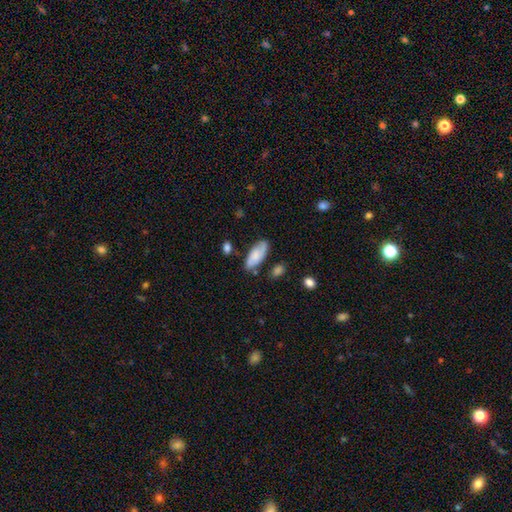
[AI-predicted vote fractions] Smooth or featured?
  - smooth: 67% *
  - featured or disk: 26%
  - star or artifact: 7%
How rounded?
  - in between: 83% *
  - cigar-shaped: 14%
  - round: 2%
Merging?
  - none: 71% *
  - minor disturbance: 19%
  - major disturbance: 5%
  - merger: 5%